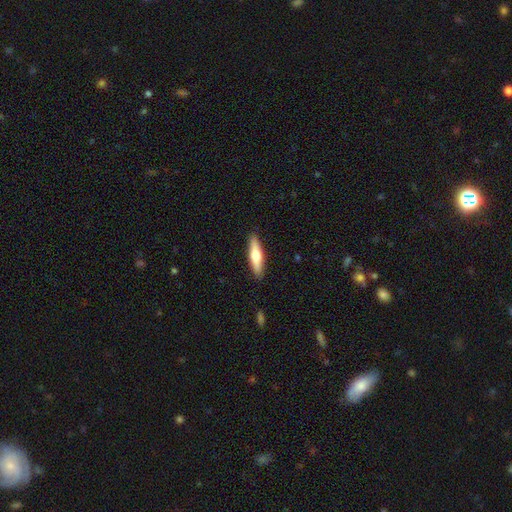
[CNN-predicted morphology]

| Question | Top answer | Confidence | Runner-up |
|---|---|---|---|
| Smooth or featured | smooth | 56% | featured or disk (39%) |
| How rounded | cigar-shaped | 73% | in between (26%) |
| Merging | none | 89% | minor disturbance (8%) |